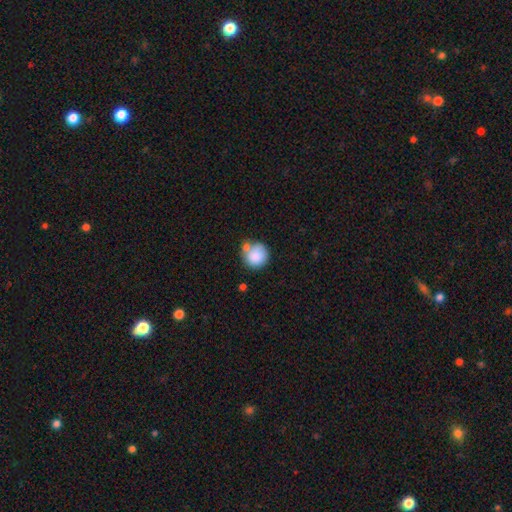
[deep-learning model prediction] smooth-or-featured: smooth: 83% | featured or disk: 9% | star or artifact: 8%
  how-rounded: round: 88% | in between: 11% | cigar-shaped: 1%
  merging: none: 50% | merger: 26% | minor disturbance: 18% | major disturbance: 7%